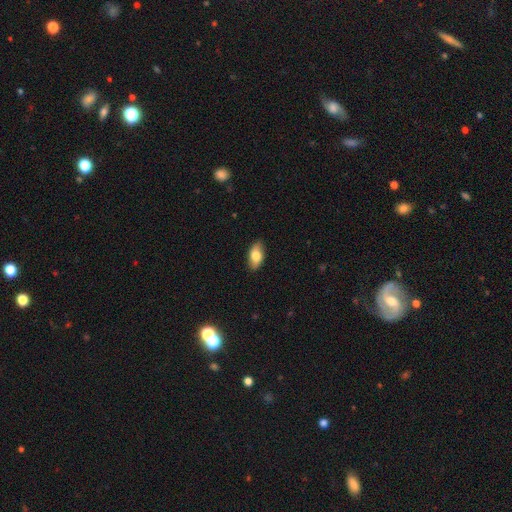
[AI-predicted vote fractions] smooth 76%, featured or disk 17%, star or artifact 7%. Down the decision tree: how rounded — in between (91%); merging — none (86%).